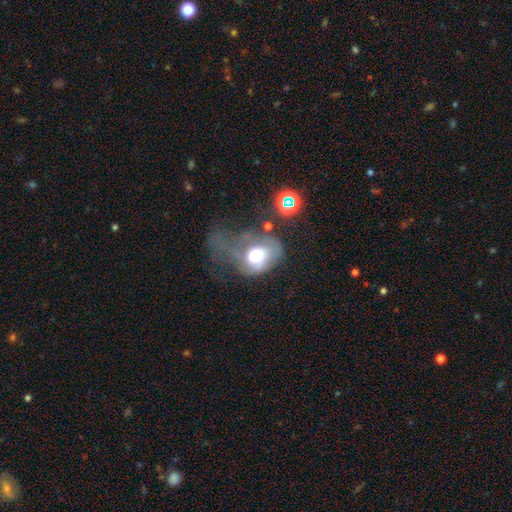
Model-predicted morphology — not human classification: smooth 54%, featured or disk 34%, star or artifact 11%. Down the decision tree: how rounded — in between (56%); merging — major disturbance (59%).